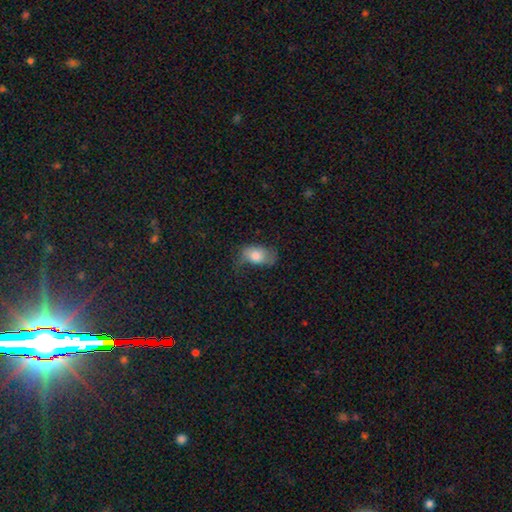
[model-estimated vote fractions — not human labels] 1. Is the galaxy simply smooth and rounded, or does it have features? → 70% smooth, 21% featured or disk, 8% star or artifact.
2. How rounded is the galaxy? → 88% in between, 10% round, 2% cigar-shaped.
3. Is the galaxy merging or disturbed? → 47% none, 31% minor disturbance, 20% major disturbance, 2% merger.